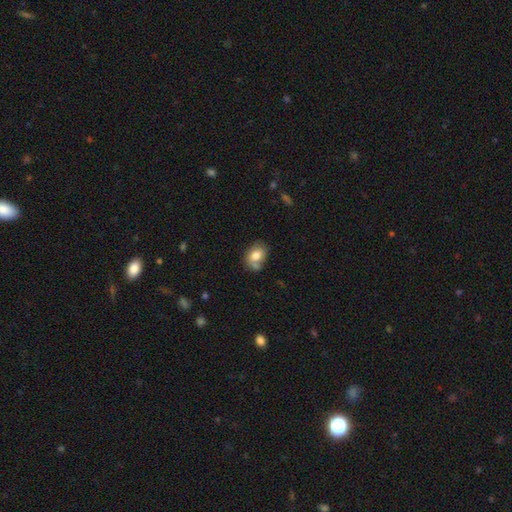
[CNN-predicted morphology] Q: Smooth or featured?
A: smooth (78%); runner-up: featured or disk (13%)
Q: How rounded?
A: in between (67%); runner-up: round (32%)
Q: Merging?
A: none (56%); runner-up: minor disturbance (21%)